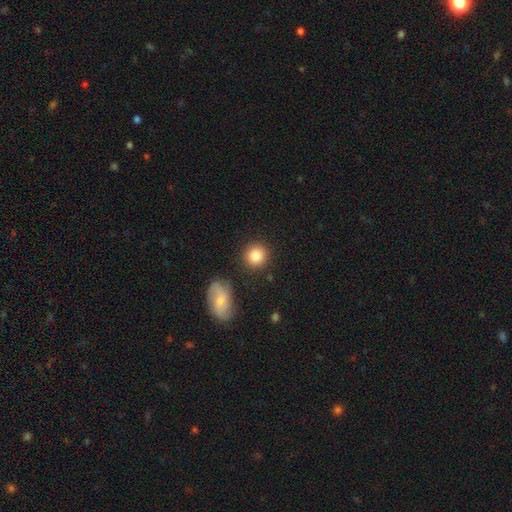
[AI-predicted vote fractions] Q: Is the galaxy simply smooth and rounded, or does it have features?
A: smooth — 86%.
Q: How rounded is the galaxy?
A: round — 88%.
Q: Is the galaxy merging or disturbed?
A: none — 85%.